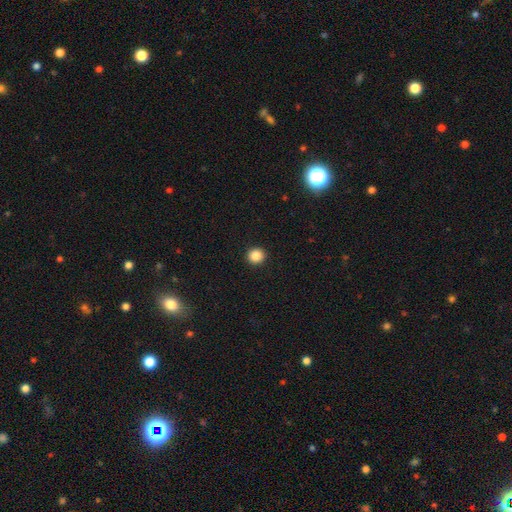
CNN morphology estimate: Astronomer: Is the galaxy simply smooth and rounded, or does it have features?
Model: smooth — 86%.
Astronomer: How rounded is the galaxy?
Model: round — 92%.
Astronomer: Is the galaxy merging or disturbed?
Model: none — 93%.